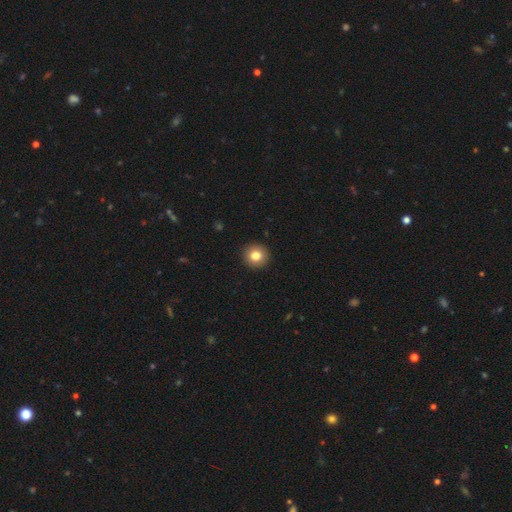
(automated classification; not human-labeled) smooth 81%, star or artifact 10%, featured or disk 9%. Down the decision tree: how rounded — round (94%); merging — none (93%).